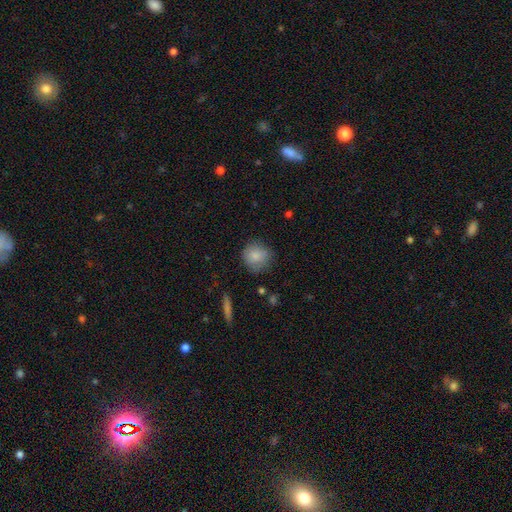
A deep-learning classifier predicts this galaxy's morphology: Smooth or featured?
  - smooth: 85% *
  - featured or disk: 8%
  - star or artifact: 8%
How rounded?
  - round: 88% *
  - in between: 11%
  - cigar-shaped: 1%
Merging?
  - none: 74% *
  - minor disturbance: 19%
  - major disturbance: 5%
  - merger: 2%